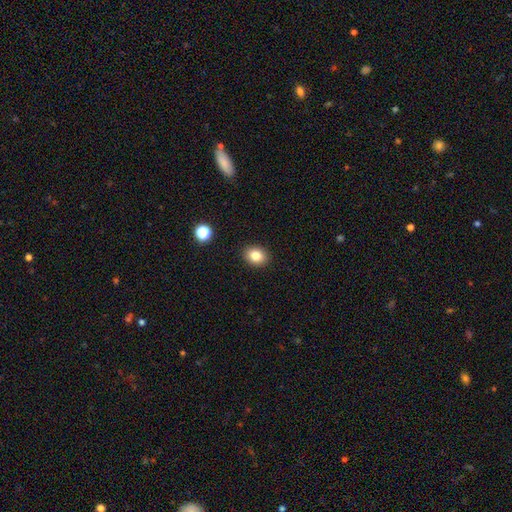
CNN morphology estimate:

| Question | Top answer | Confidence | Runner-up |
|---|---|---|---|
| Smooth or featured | smooth | 83% | star or artifact (10%) |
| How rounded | in between | 52% | round (47%) |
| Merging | none | 90% | minor disturbance (6%) |